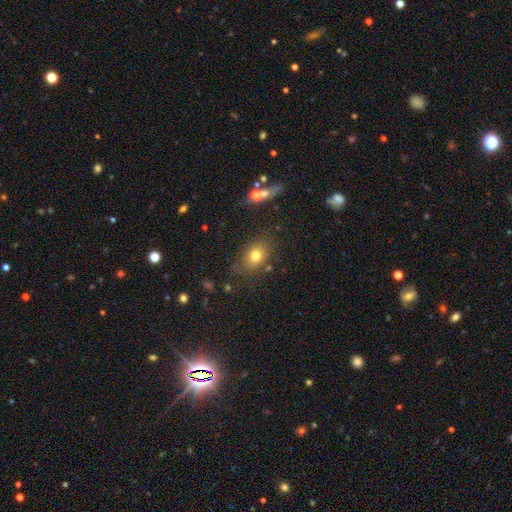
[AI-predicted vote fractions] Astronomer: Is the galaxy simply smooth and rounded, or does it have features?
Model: smooth — 74%.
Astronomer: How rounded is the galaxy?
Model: in between — 62%.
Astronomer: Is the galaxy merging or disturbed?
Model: none — 75%.